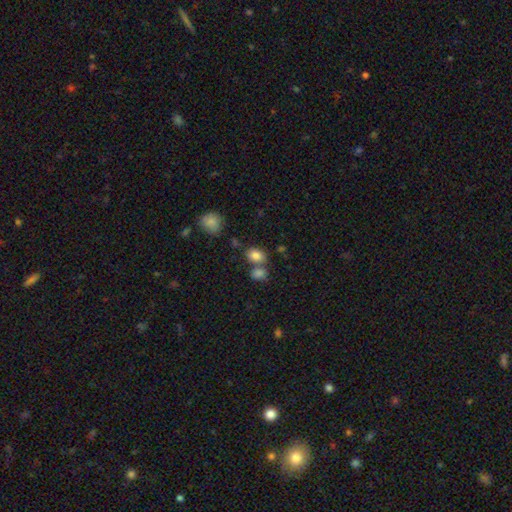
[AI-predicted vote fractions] This is clearly a smooth galaxy (83%). How rounded: likely in between (65%). Merging: possibly none (55%).